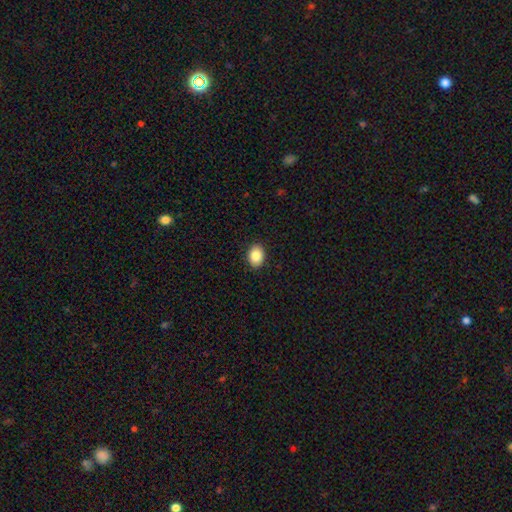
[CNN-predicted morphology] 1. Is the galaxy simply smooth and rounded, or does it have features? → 86% smooth, 8% star or artifact, 6% featured or disk.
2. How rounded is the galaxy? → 64% in between, 35% round, 1% cigar-shaped.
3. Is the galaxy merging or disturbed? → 90% none, 7% minor disturbance, 2% major disturbance, 1% merger.